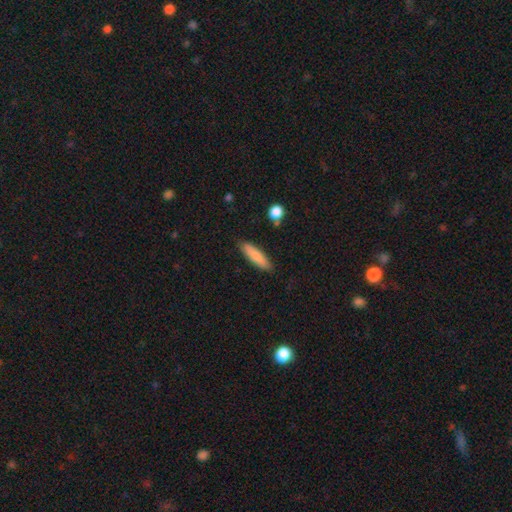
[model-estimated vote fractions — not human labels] A smooth galaxy with no disk features (80%) that is cigar-shaped (72%). Merging: none (86%).